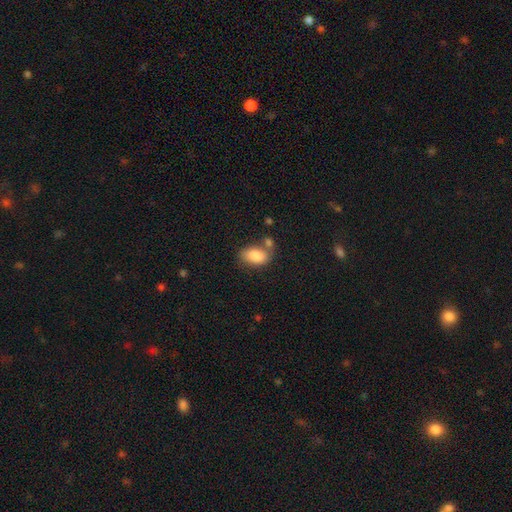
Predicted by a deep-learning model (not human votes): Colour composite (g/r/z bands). It shows a smooth galaxy with no disk features (85%) that is in between round and cigar-shaped (90%). Merging: none (57%).